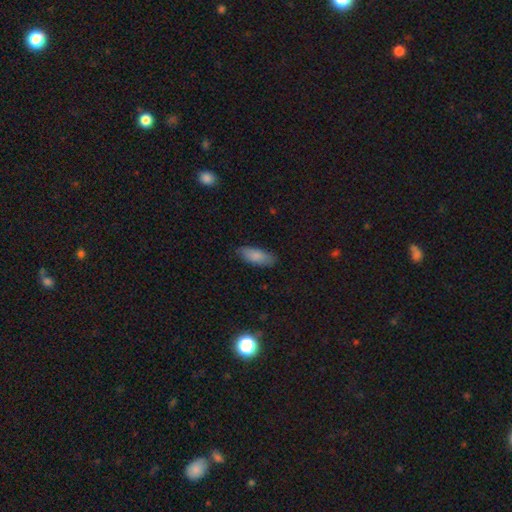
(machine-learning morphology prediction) This appears to be a smooth galaxy with no disk features (84%) that is in between round and cigar-shaped (78%). Merging: none (83%).